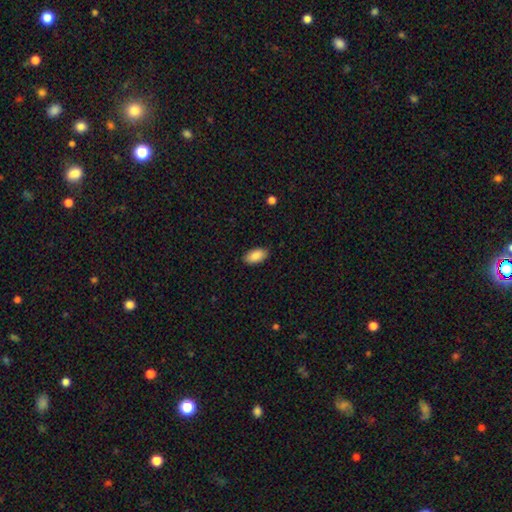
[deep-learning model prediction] smooth_or_featured: smooth (p=0.87) [alt: star or artifact p=0.07]
how_rounded: in between (p=0.94) [alt: cigar-shaped p=0.03]
merging: none (p=0.88) [alt: minor disturbance p=0.09]